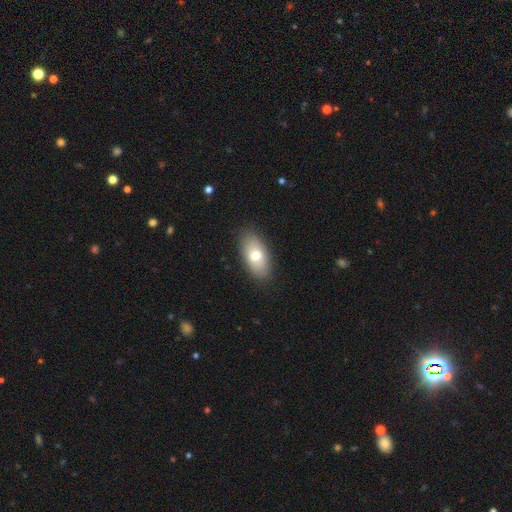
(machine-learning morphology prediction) type=smooth (72%); roundness=in between (91%); merging=none (87%).